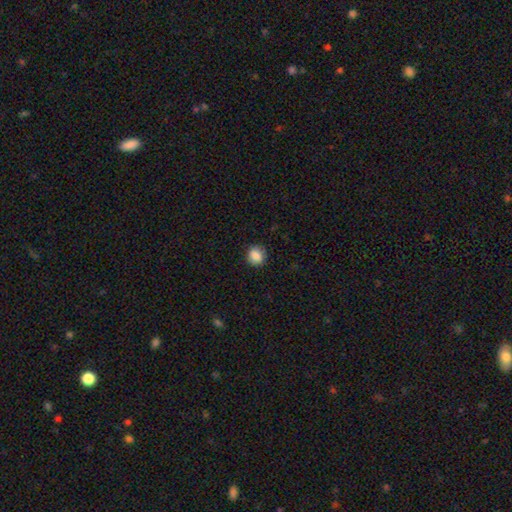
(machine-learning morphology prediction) smooth 87%, star or artifact 9%, featured or disk 5%. Down the decision tree: how rounded — round (75%); merging — none (86%).